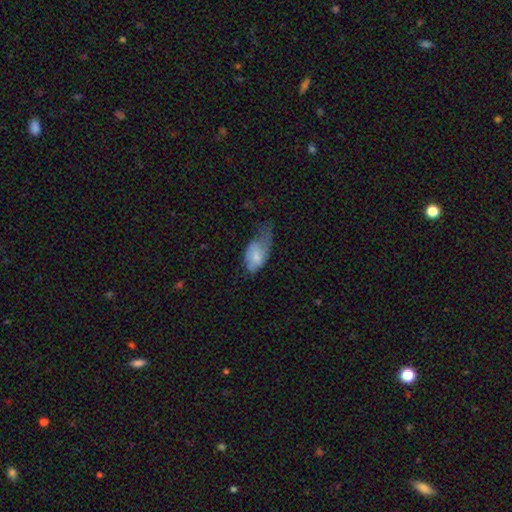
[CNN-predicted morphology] Smooth or featured? Predicted: smooth (p=0.66). How rounded? Predicted: in between (p=0.92). Merging? Predicted: major disturbance (p=0.41).